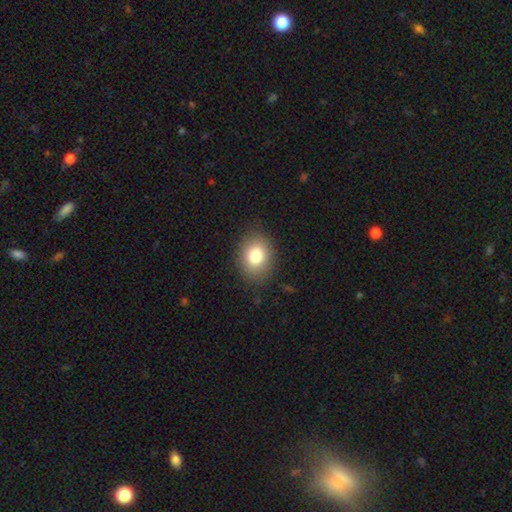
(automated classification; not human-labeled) smooth 81%, star or artifact 10%, featured or disk 9%. Down the decision tree: how rounded — in between (55%); merging — none (85%).